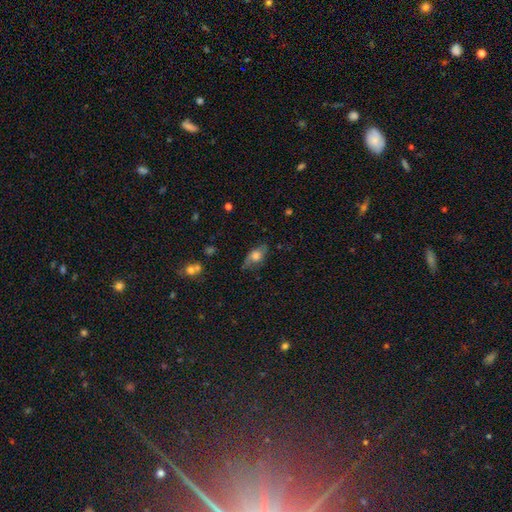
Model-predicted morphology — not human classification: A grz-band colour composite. It shows a smooth galaxy with no disk features (59%) that is in between round and cigar-shaped (82%). Merging: none (67%).